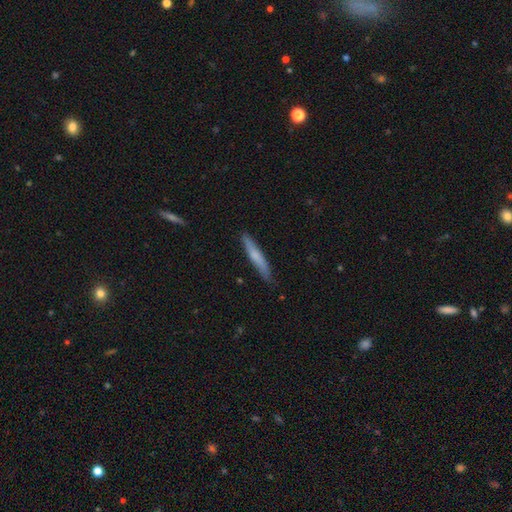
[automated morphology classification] type=smooth (61%); roundness=cigar-shaped (94%); merging=none (86%).